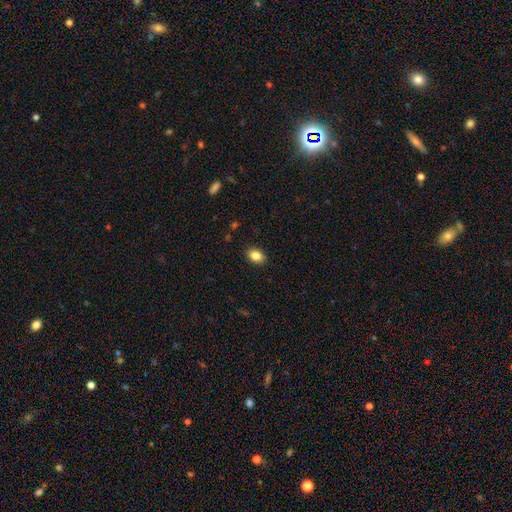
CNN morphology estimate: Smooth or featured?
  - smooth: 86% *
  - star or artifact: 8%
  - featured or disk: 5%
How rounded?
  - in between: 82% *
  - round: 16%
  - cigar-shaped: 1%
Merging?
  - none: 89% *
  - minor disturbance: 8%
  - major disturbance: 2%
  - merger: 1%